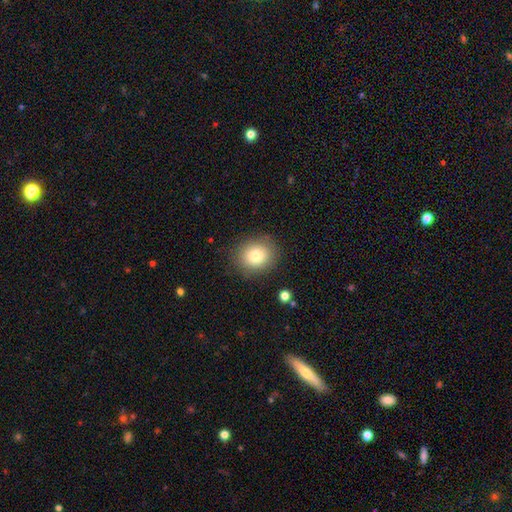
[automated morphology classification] This is clearly a smooth galaxy (81%). How rounded: likely round (75%). Merging: clearly none (86%).